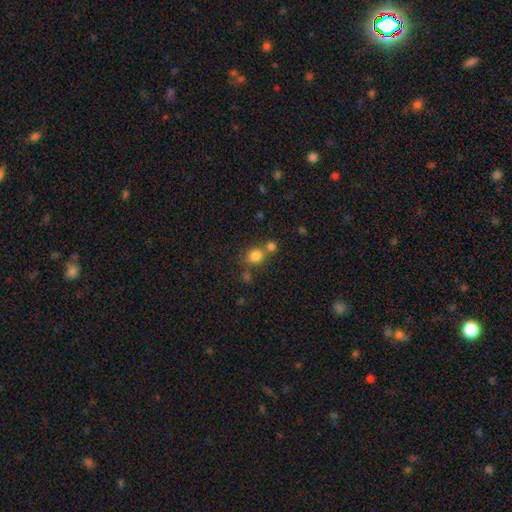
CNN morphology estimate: A smooth galaxy with no disk features (80%) that is round (75%).

Vote fractions:
- Smooth or featured? smooth: 80% / star or artifact: 13% / featured or disk: 7%
- How rounded? round: 75% / in between: 24% / cigar-shaped: 1%
- Merging? none: 55% / merger: 32% / minor disturbance: 9% / major disturbance: 4%